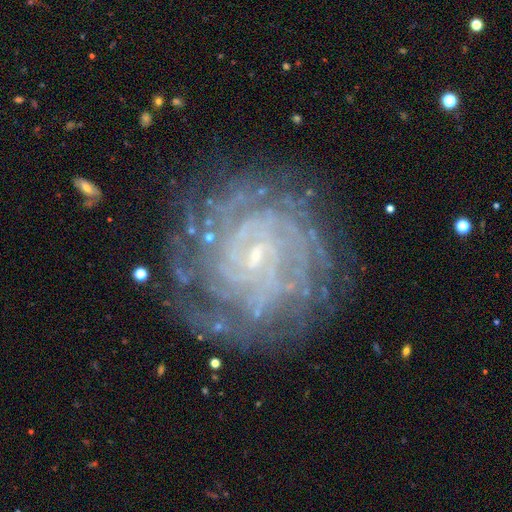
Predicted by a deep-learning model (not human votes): Smooth or featured?
  - featured or disk: 87% *
  - star or artifact: 7%
  - smooth: 6%
Edge-on disk?
  - no: 98% *
  - yes: 2%
Bar?
  - weak: 46% *
  - no: 37%
  - strong: 17%
Spiral arms?
  - yes: 97% *
  - no: 3%
Spiral winding?
  - tight: 84% *
  - medium: 14%
  - loose: 3%
Spiral arm count?
  - can't tell: 28% *
  - more than 4: 20%
  - 4: 19%
  - 2: 13%
  - 3: 13%
  - 1: 8%
Bulge size?
  - small: 83% *
  - moderate: 10%
  - none: 6%
  - large: 1%
  - dominant: 1%
Merging?
  - none: 79% *
  - minor disturbance: 14%
  - major disturbance: 6%
  - merger: 2%